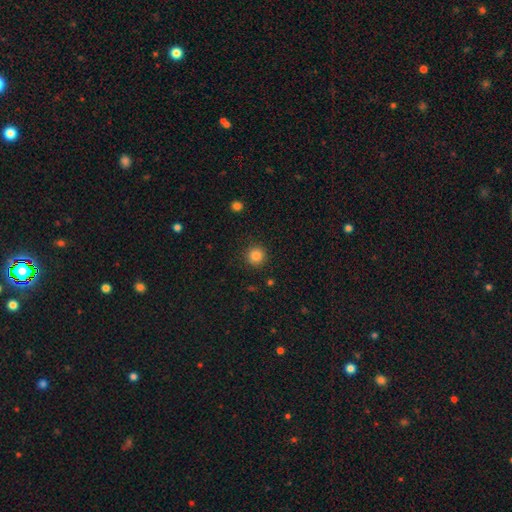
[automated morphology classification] Smooth or featured? Predicted: smooth (p=0.85). How rounded? Predicted: round (p=0.95). Merging? Predicted: none (p=0.91).